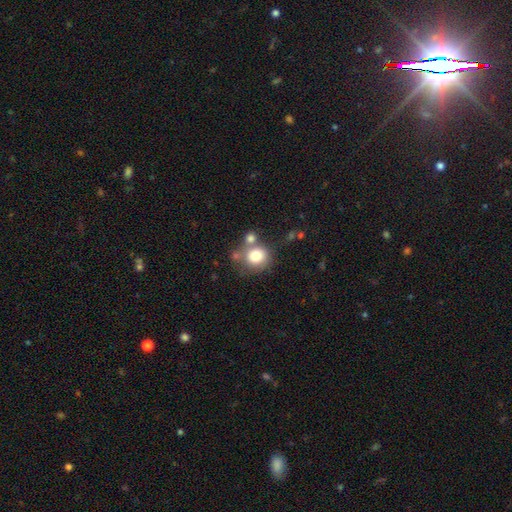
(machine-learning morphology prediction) Smooth or featured: smooth — 76% (featured or disk — 13%)
How rounded: round — 82% (in between — 17%)
Merging: none — 57% (merger — 24%)